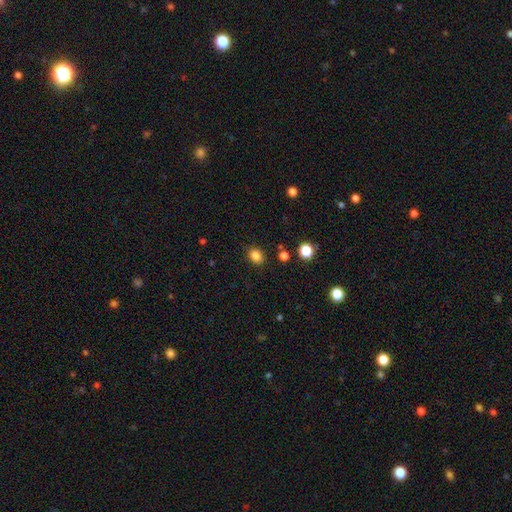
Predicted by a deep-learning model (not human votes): Smooth or featured?
  - smooth: 84% *
  - star or artifact: 12%
  - featured or disk: 4%
How rounded?
  - in between: 55% *
  - round: 44%
  - cigar-shaped: 1%
Merging?
  - none: 85% *
  - minor disturbance: 9%
  - major disturbance: 3%
  - merger: 2%